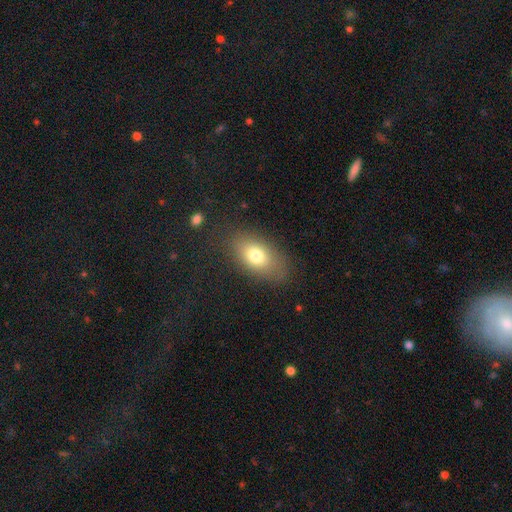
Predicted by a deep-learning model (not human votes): smooth-or-featured: smooth: 75% | featured or disk: 15% | star or artifact: 10%
  how-rounded: in between: 86% | round: 11% | cigar-shaped: 3%
  merging: none: 80% | minor disturbance: 13% | major disturbance: 6% | merger: 2%